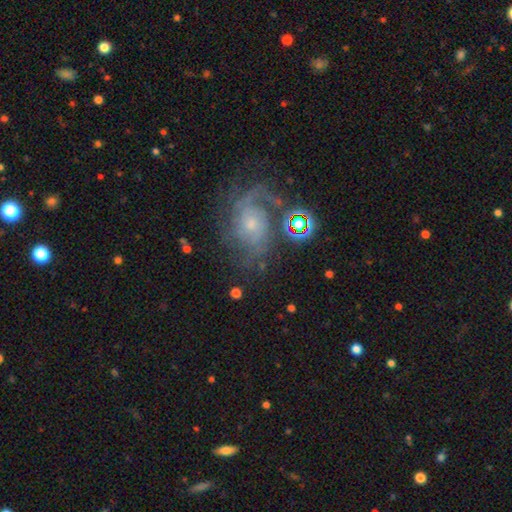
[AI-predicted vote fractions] Morphology: type=featured or disk (77%); edge-on=no (97%); bar=no (68%); spiral arms=yes (94%); winding=medium (43%); arm count=2 (33%); bulge=small (70%); merging=none (62%).